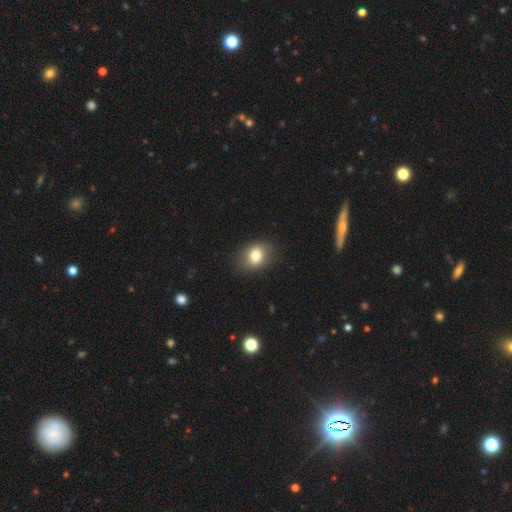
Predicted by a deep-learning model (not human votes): A smooth galaxy with no disk features (80%) that is in between round and cigar-shaped (53%). Merging: none (85%).